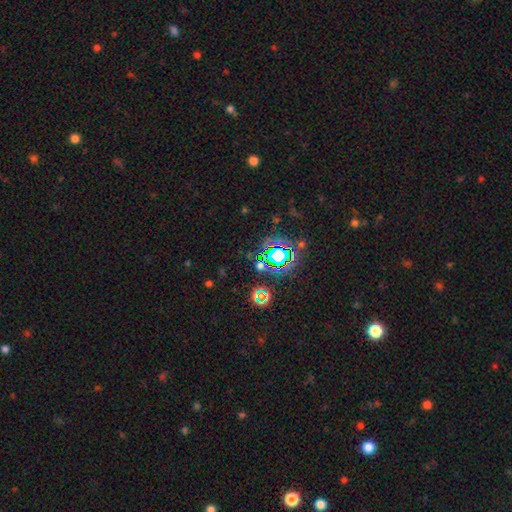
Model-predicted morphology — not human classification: smooth_or_featured: star or artifact (p=0.77) [alt: smooth p=0.14]